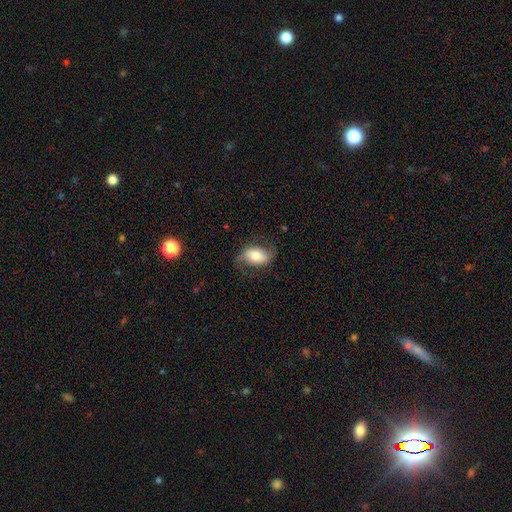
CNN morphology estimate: This is possibly a smooth galaxy (53%). How rounded: clearly in between (87%). Merging: likely none (67%).